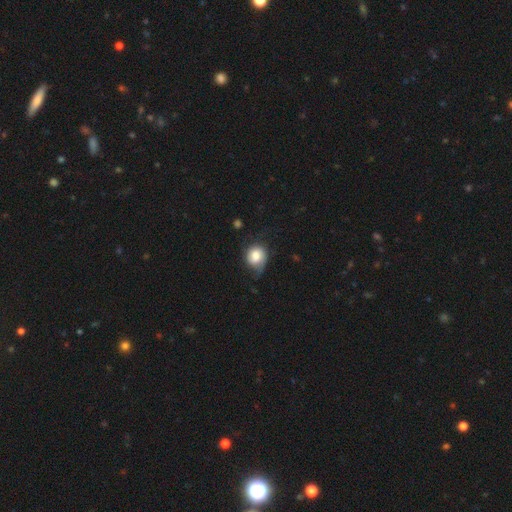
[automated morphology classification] This appears to be a smooth galaxy with no disk features (67%) that is round (66%). Merging: none (43%).